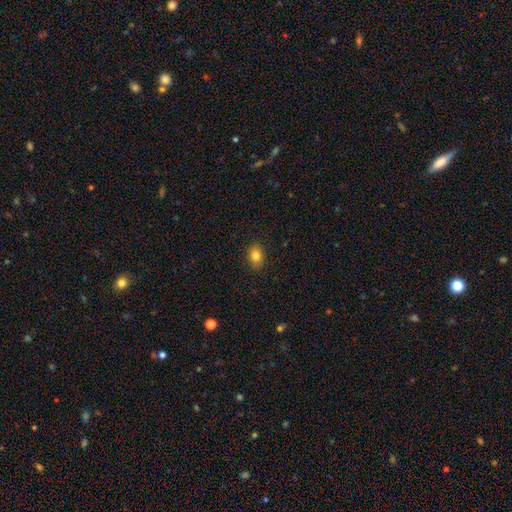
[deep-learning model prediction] This appears to be a smooth galaxy with no disk features (82%) that is in between round and cigar-shaped (68%). Merging: none (89%).